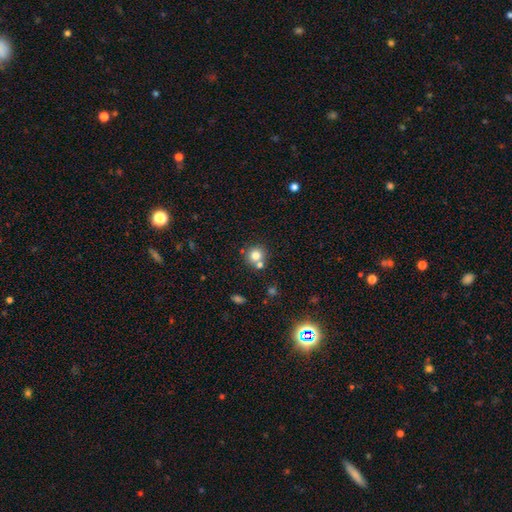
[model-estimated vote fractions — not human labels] Smooth or featured: smooth — 77% (star or artifact — 12%)
How rounded: round — 90% (in between — 9%)
Merging: none — 64% (merger — 25%)